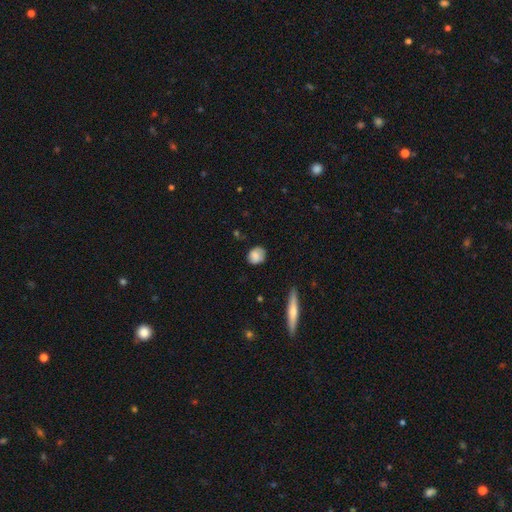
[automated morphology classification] Smooth or featured?
  - smooth: 78% *
  - featured or disk: 14%
  - star or artifact: 8%
How rounded?
  - round: 62% *
  - in between: 36%
  - cigar-shaped: 2%
Merging?
  - none: 71% *
  - minor disturbance: 23%
  - major disturbance: 5%
  - merger: 2%